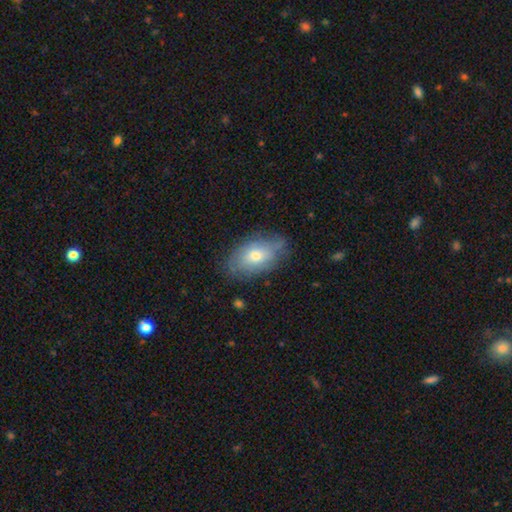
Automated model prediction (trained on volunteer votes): Smooth or featured: smooth — 60% (featured or disk — 33%)
How rounded: in between — 91% (round — 6%)
Merging: none — 70% (minor disturbance — 23%)